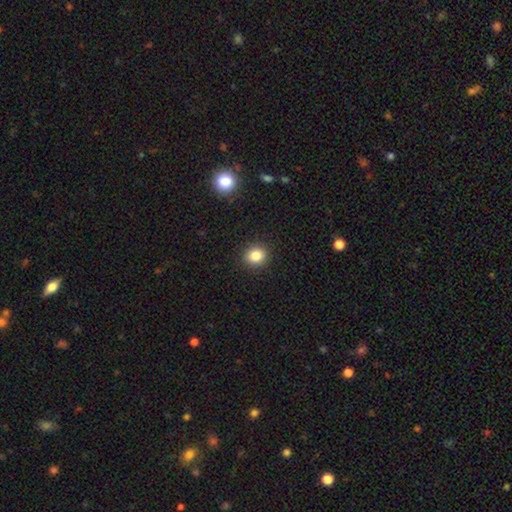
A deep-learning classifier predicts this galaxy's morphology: smooth-or-featured: smooth: 84% | star or artifact: 11% | featured or disk: 5%
  how-rounded: round: 80% | in between: 19% | cigar-shaped: 1%
  merging: none: 91% | minor disturbance: 6% | major disturbance: 2% | merger: 1%